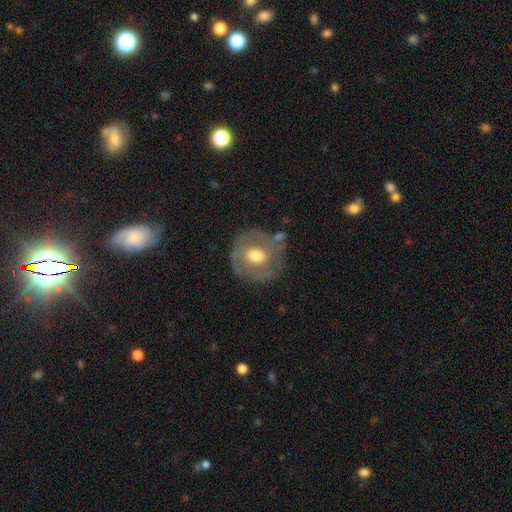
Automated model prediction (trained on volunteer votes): smooth_or_featured: featured or disk (p=0.57) [alt: smooth p=0.37]
disk_edge_on: no (p=0.96) [alt: yes p=0.04]
bar: no (p=0.60) [alt: weak p=0.32]
has_spiral_arms: no (p=0.57) [alt: yes p=0.43]
bulge_size: moderate (p=0.71) [alt: large p=0.19]
merging: none (p=0.67) [alt: minor disturbance p=0.20]